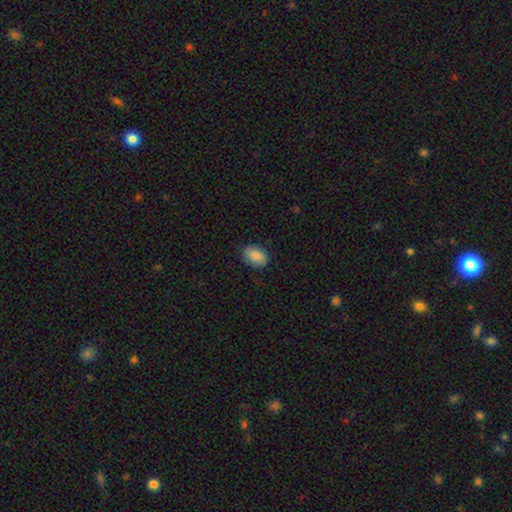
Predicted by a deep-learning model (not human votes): smooth_or_featured: smooth (p=0.89) [alt: star or artifact p=0.07]
how_rounded: in between (p=0.82) [alt: round p=0.17]
merging: none (p=0.86) [alt: minor disturbance p=0.11]